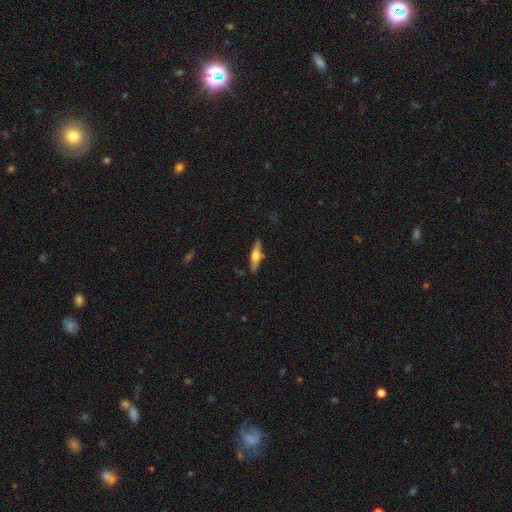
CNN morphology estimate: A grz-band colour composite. It shows a featured or disk galaxy (54%) viewed edge-on (93%) with a rounded central bulge (93%). Merging: none (85%).